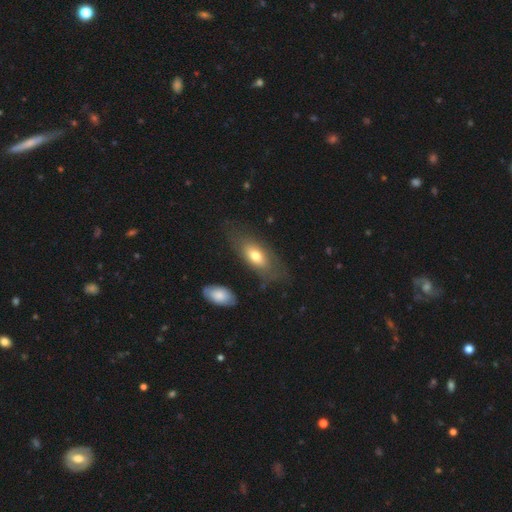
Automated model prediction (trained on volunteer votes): smooth_or_featured: smooth (p=0.66) [alt: featured or disk p=0.27]
how_rounded: in between (p=0.84) [alt: cigar-shaped p=0.11]
merging: none (p=0.64) [alt: minor disturbance p=0.21]